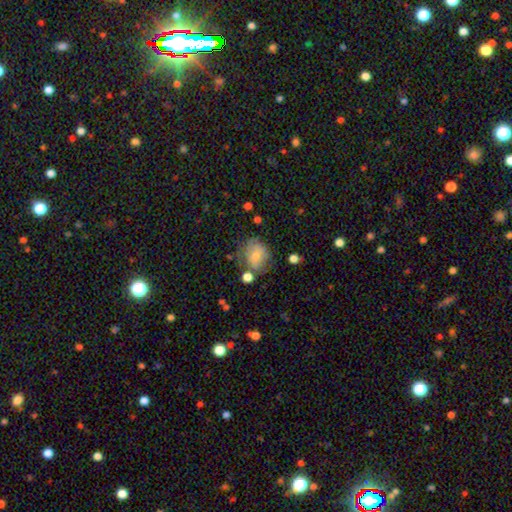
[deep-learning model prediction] Smooth or featured?
  - smooth: 56% *
  - featured or disk: 33%
  - star or artifact: 11%
How rounded?
  - round: 59% *
  - in between: 39%
  - cigar-shaped: 1%
Merging?
  - none: 57% *
  - minor disturbance: 25%
  - major disturbance: 11%
  - merger: 7%